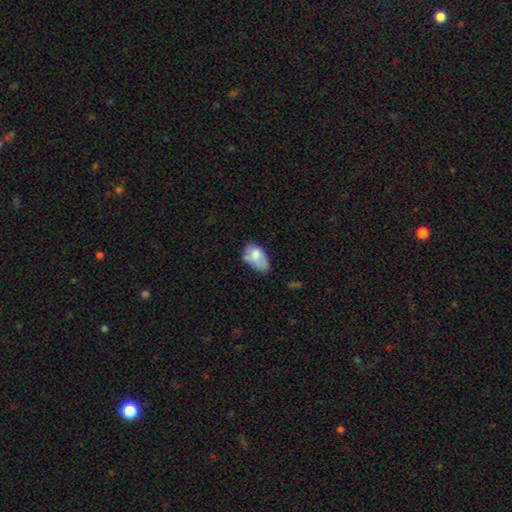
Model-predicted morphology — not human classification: Smooth or featured? Predicted: smooth (p=0.74). How rounded? Predicted: in between (p=0.91). Merging? Predicted: minor disturbance (p=0.40).